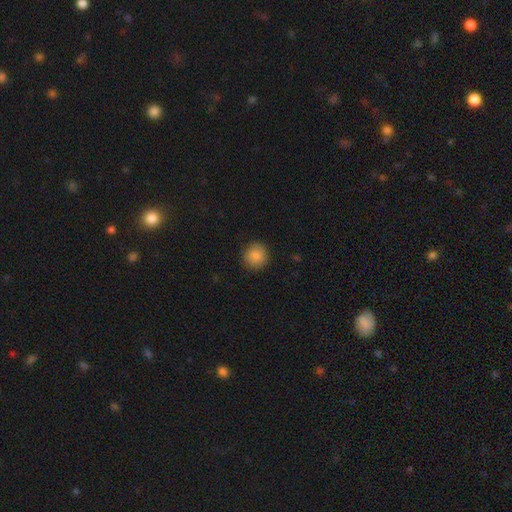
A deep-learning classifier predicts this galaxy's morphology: This is clearly a smooth galaxy (87%). How rounded: clearly round (90%). Merging: clearly none (89%).